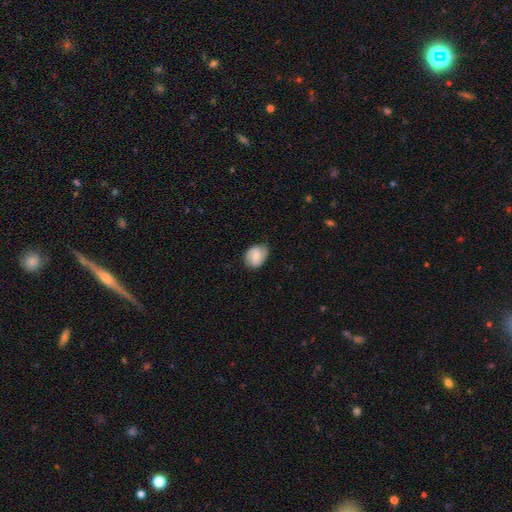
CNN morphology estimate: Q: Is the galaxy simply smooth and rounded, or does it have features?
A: featured or disk — 60%.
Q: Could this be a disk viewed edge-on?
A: no — 97%.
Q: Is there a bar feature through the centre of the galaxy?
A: weak — 50%.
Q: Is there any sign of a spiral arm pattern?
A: yes — 90%.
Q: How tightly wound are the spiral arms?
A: medium — 46%.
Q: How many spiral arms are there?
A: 2 — 86%.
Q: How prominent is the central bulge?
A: moderate — 48%.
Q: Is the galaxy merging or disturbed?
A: none — 81%.